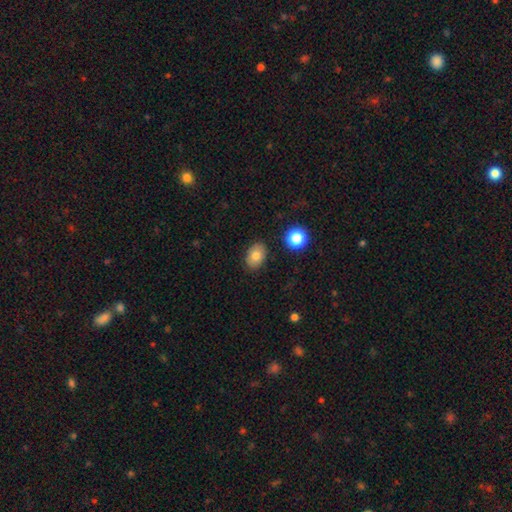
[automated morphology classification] The model was most divided on "how rounded": in between: 79%, round: 20%, cigar-shaped: 1%. More confident: merging — none (86%); smooth or featured — smooth (78%).